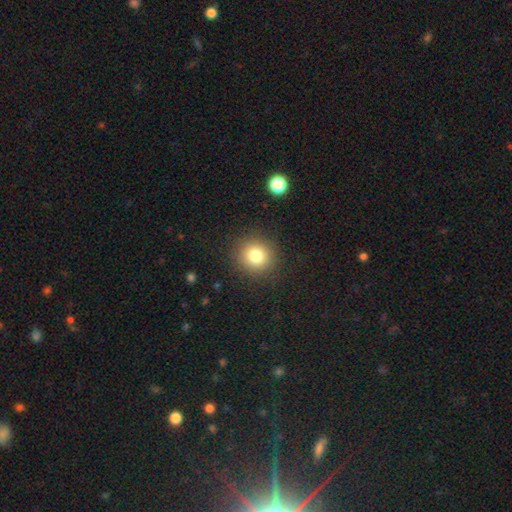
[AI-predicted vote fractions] A smooth galaxy with no disk features (81%) that is round (90%).

Vote fractions:
- Smooth or featured? smooth: 81% / star or artifact: 12% / featured or disk: 7%
- How rounded? round: 90% / in between: 9% / cigar-shaped: 1%
- Merging? none: 89% / minor disturbance: 7% / major disturbance: 3% / merger: 1%